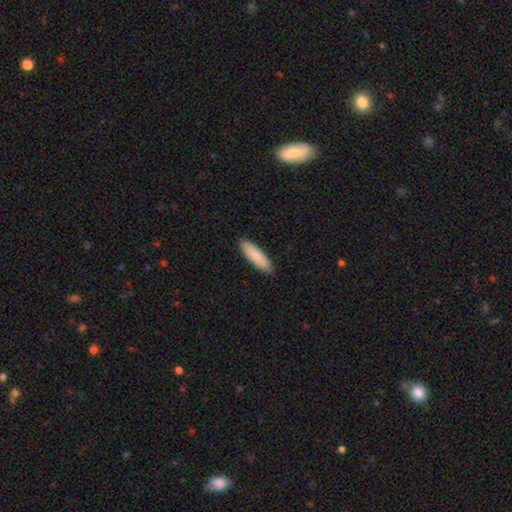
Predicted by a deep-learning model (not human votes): The model was most divided on "how rounded": cigar-shaped: 62%, in between: 37%, round: 2%. More confident: merging — none (90%); smooth or featured — smooth (84%).